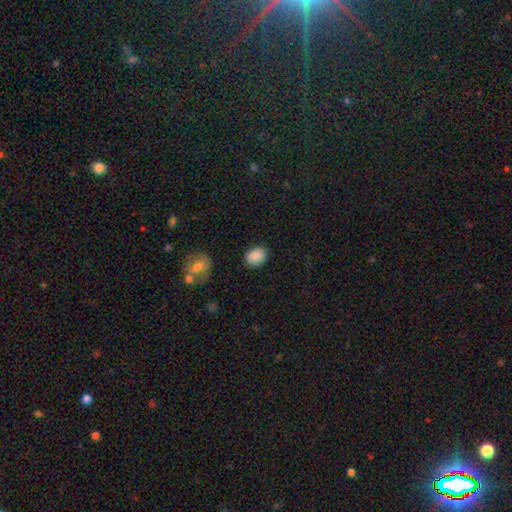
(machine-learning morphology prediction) smooth 87%, star or artifact 8%, featured or disk 4%. Down the decision tree: how rounded — in between (55%); merging — none (85%).